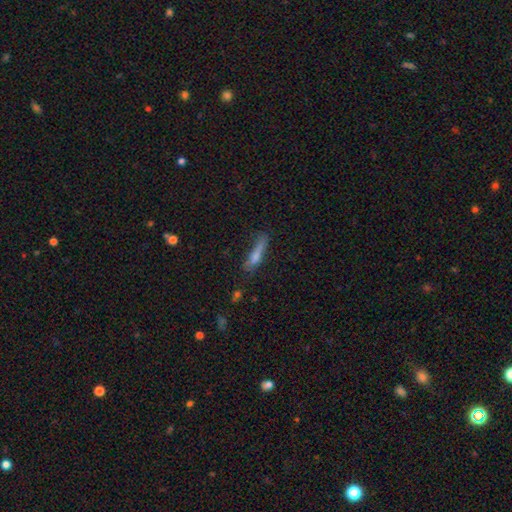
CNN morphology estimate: Smooth or featured? smooth (61%)
How rounded? cigar-shaped (86%)
Merging? none (60%)